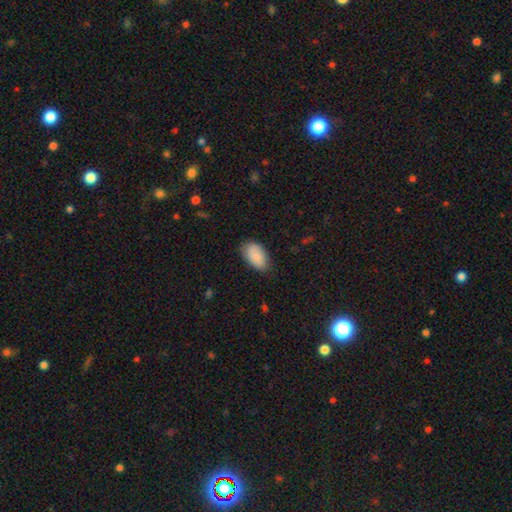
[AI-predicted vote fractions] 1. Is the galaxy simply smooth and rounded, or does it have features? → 87% smooth, 7% featured or disk, 6% star or artifact.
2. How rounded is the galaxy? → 94% in between, 4% round, 1% cigar-shaped.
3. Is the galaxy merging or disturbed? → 76% none, 19% minor disturbance, 4% major disturbance, 1% merger.